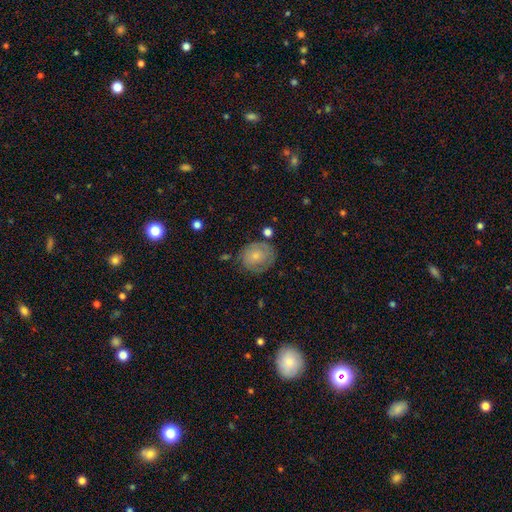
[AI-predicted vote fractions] Smooth or featured?
  - smooth: 64% *
  - featured or disk: 29%
  - star or artifact: 7%
How rounded?
  - round: 71% *
  - in between: 28%
  - cigar-shaped: 1%
Merging?
  - none: 67% *
  - minor disturbance: 22%
  - major disturbance: 7%
  - merger: 4%